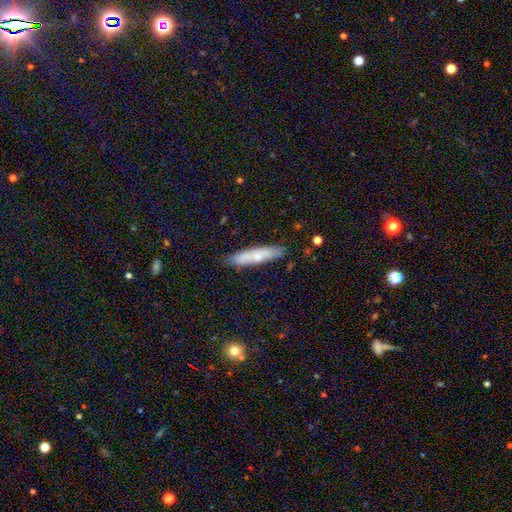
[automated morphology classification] smooth-or-featured: smooth: 65% | featured or disk: 29% | star or artifact: 7%
  how-rounded: cigar-shaped: 83% | in between: 16% | round: 2%
  merging: none: 84% | minor disturbance: 12% | major disturbance: 2% | merger: 2%